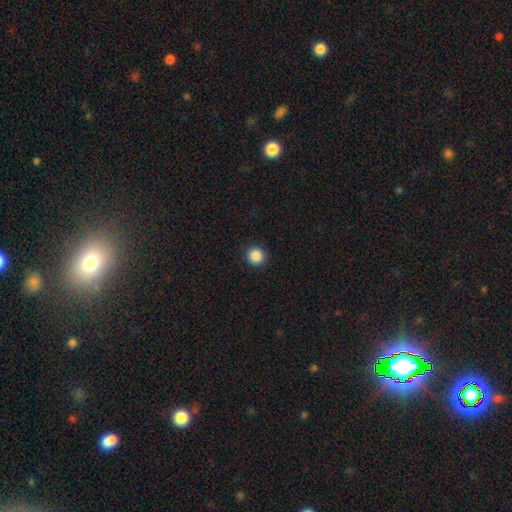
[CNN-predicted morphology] smooth_or_featured: smooth (p=0.87) [alt: star or artifact p=0.10]
how_rounded: round (p=0.95) [alt: in between p=0.05]
merging: none (p=0.92) [alt: minor disturbance p=0.05]